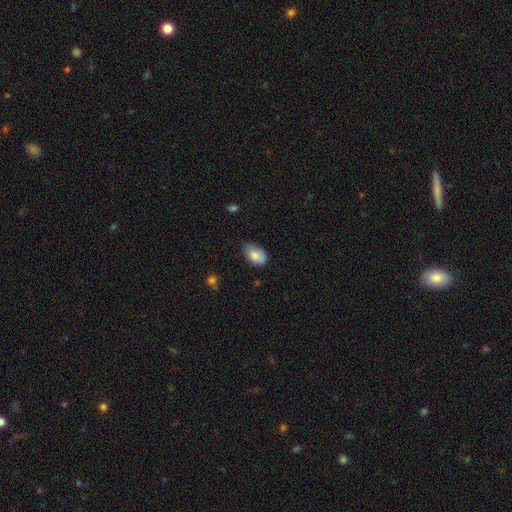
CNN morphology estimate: smooth_or_featured: smooth (p=0.83) [alt: featured or disk p=0.10]
how_rounded: in between (p=0.90) [alt: round p=0.09]
merging: none (p=0.50) [alt: minor disturbance p=0.41]